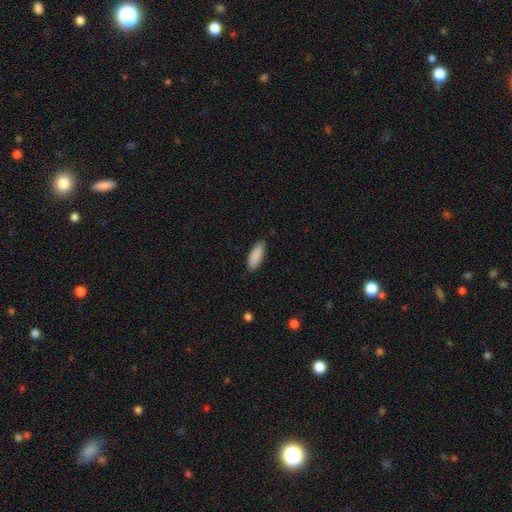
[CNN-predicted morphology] smooth-or-featured: smooth: 90% | star or artifact: 6% | featured or disk: 4%
  how-rounded: in between: 66% | cigar-shaped: 32% | round: 1%
  merging: none: 86% | minor disturbance: 11% | major disturbance: 2% | merger: 1%